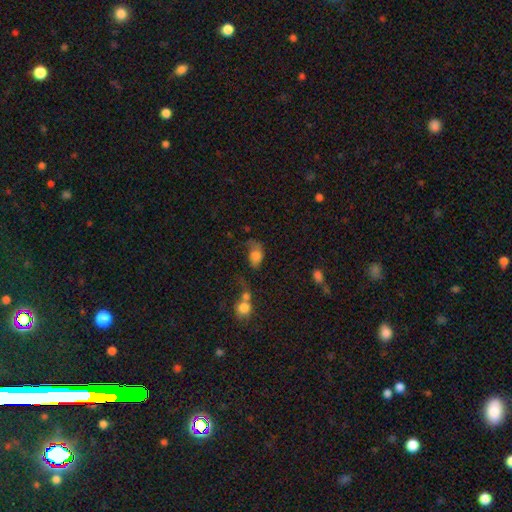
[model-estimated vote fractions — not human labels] A smooth galaxy with no disk features (66%) that is in between round and cigar-shaped (79%). Merging: major disturbance (33%).